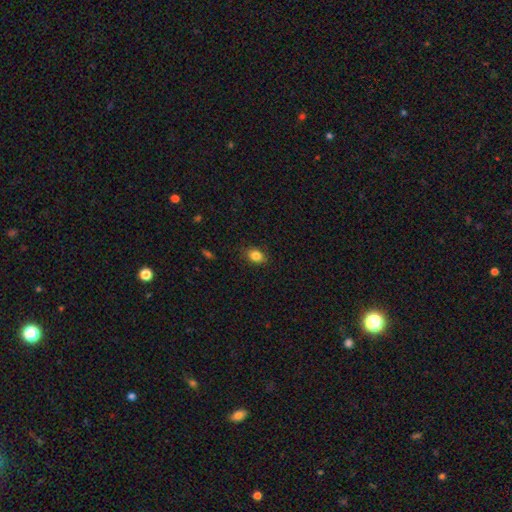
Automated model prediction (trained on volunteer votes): The model was most divided on "how rounded": in between: 69%, round: 29%, cigar-shaped: 1%. More confident: smooth or featured — smooth (84%); merging — none (84%).